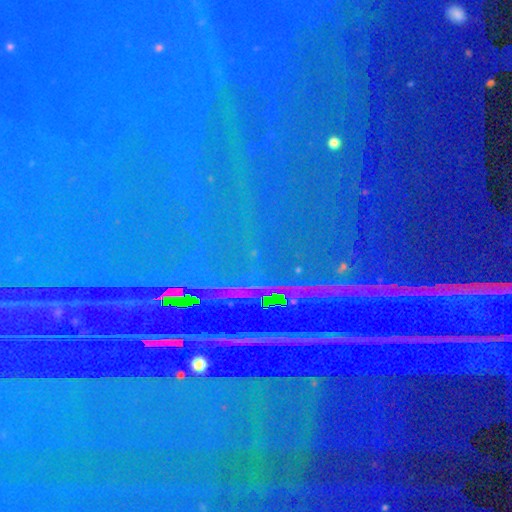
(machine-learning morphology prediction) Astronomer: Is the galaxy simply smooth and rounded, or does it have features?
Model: star or artifact — 89%.